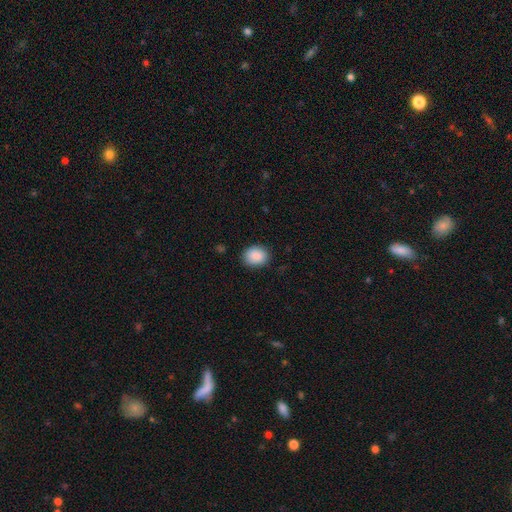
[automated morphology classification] type=smooth (89%); roundness=round (52%); merging=none (85%).